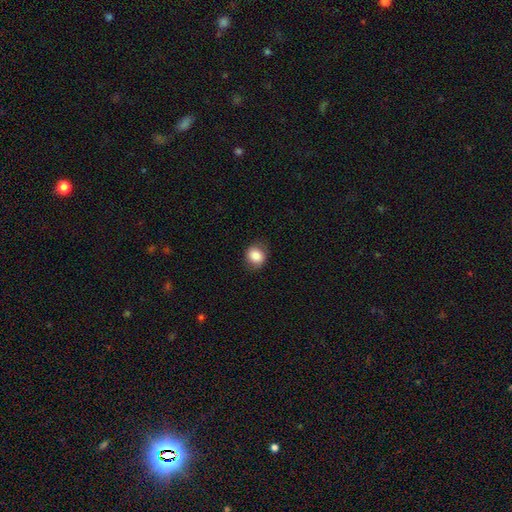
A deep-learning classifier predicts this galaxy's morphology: This is clearly a smooth galaxy (84%). How rounded: likely round (70%). Merging: clearly none (81%).